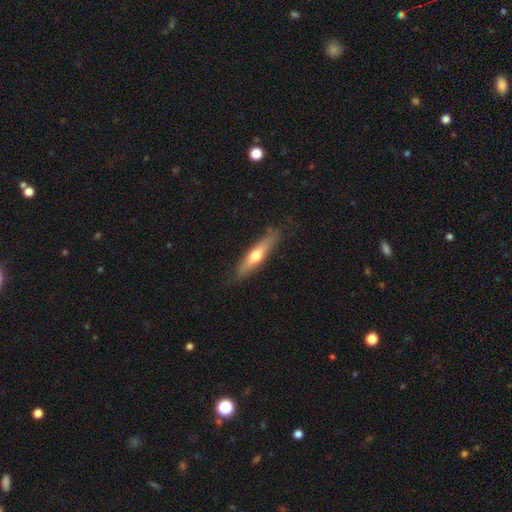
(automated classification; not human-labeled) The model was most divided on "smooth or featured": smooth: 51%, featured or disk: 44%, star or artifact: 5%. More confident: merging — none (82%); how rounded — cigar-shaped (81%).